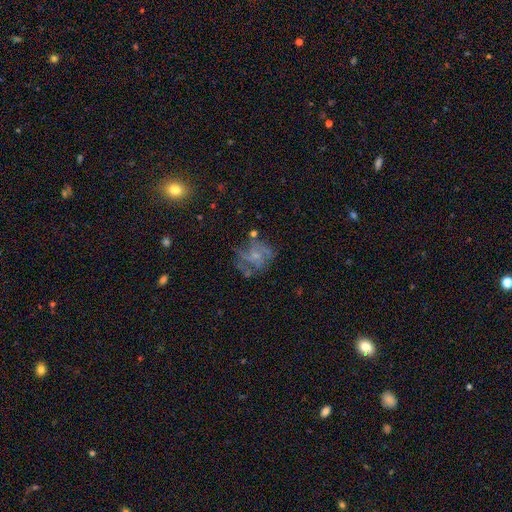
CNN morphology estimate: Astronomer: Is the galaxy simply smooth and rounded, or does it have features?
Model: featured or disk — 62%.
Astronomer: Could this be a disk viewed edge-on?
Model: no — 98%.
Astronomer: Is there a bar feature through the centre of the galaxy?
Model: no — 74%.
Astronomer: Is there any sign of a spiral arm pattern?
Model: yes — 67%.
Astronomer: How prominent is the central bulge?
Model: small — 62%.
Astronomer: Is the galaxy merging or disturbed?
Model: none — 54%.